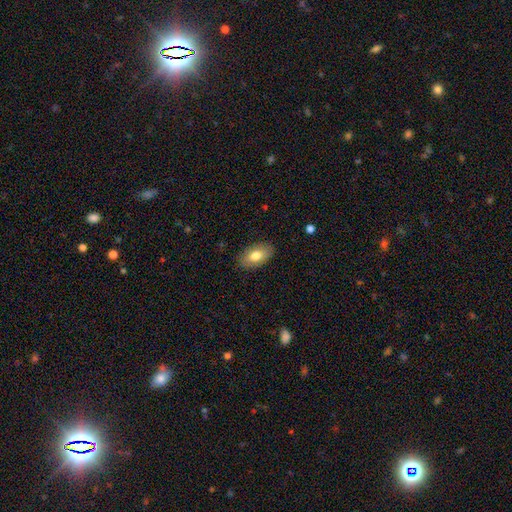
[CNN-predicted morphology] This is likely a smooth galaxy (76%). How rounded: clearly in between (93%). Merging: clearly none (86%).